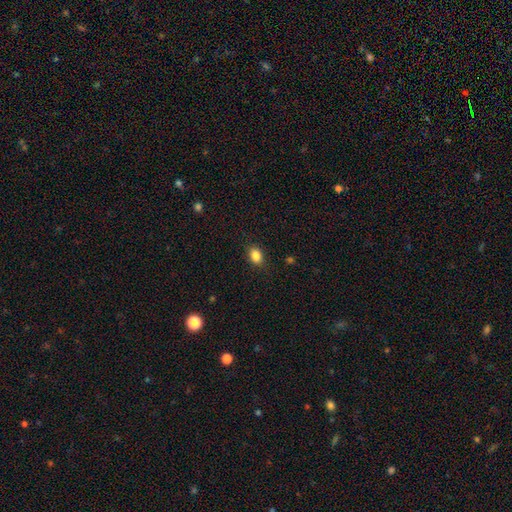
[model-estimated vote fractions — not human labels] This appears to be a smooth galaxy with no disk features (85%) that is in between round and cigar-shaped (69%). Merging: none (87%).